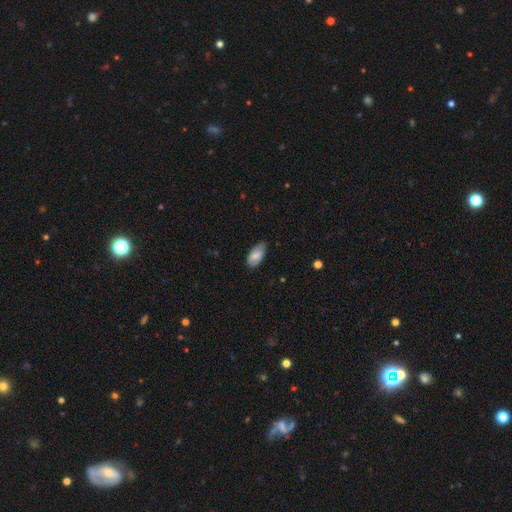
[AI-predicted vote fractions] A smooth galaxy with no disk features (76%) that is in between round and cigar-shaped (92%).

Vote fractions:
- Smooth or featured? smooth: 76% / featured or disk: 17% / star or artifact: 7%
- How rounded? in between: 92% / cigar-shaped: 5% / round: 2%
- Merging? none: 71% / minor disturbance: 24% / major disturbance: 4% / merger: 1%